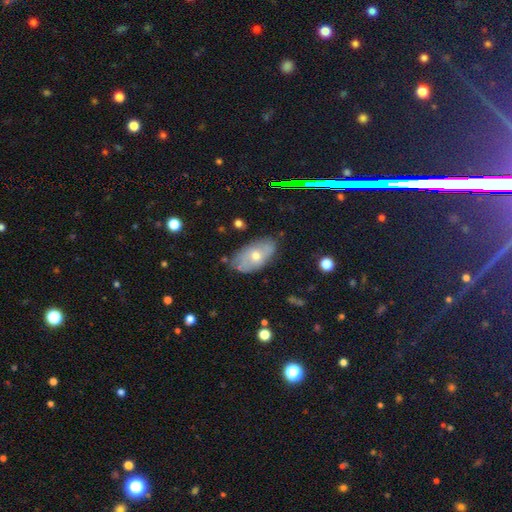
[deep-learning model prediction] This appears to be a featured or disk galaxy (46%). Merging: none (70%).